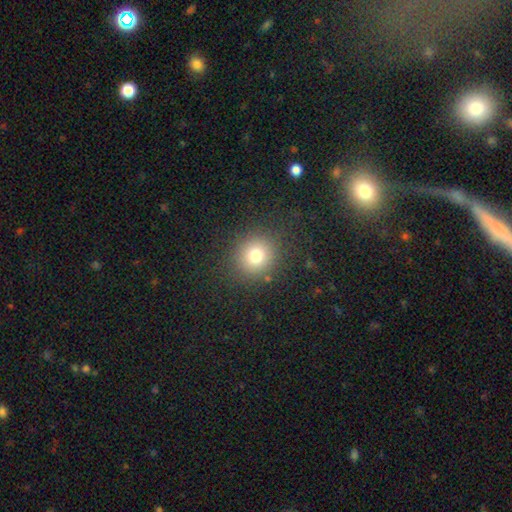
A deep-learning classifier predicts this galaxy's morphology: Q: Smooth or featured?
A: smooth (75%); runner-up: star or artifact (15%)
Q: How rounded?
A: round (88%); runner-up: in between (11%)
Q: Merging?
A: none (87%); runner-up: minor disturbance (8%)